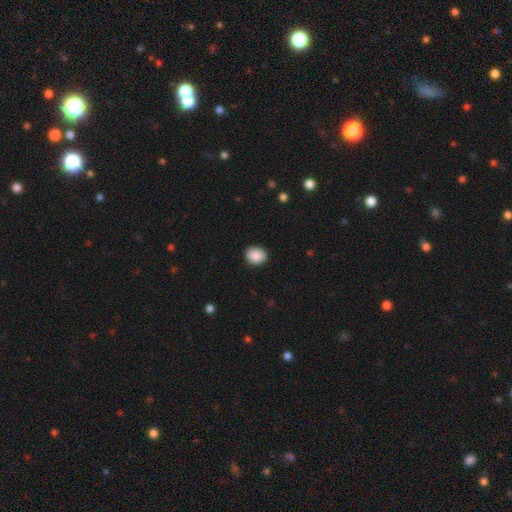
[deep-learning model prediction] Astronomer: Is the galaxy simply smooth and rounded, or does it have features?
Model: smooth — 89%.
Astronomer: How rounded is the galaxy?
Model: round — 61% (runner-up: in between, 38%).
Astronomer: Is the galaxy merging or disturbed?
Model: none — 89%.